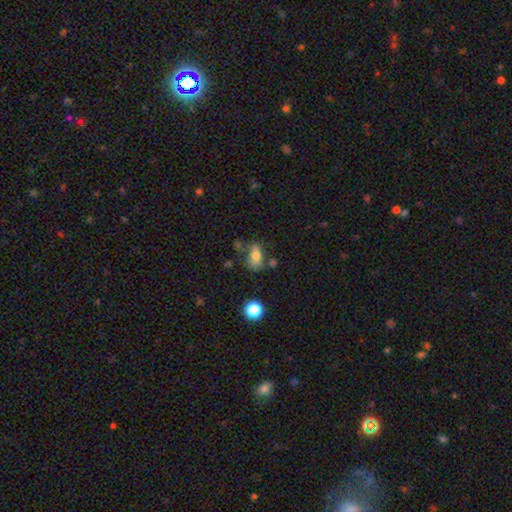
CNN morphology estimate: type=smooth (71%); roundness=in between (81%); merging=none (47%).